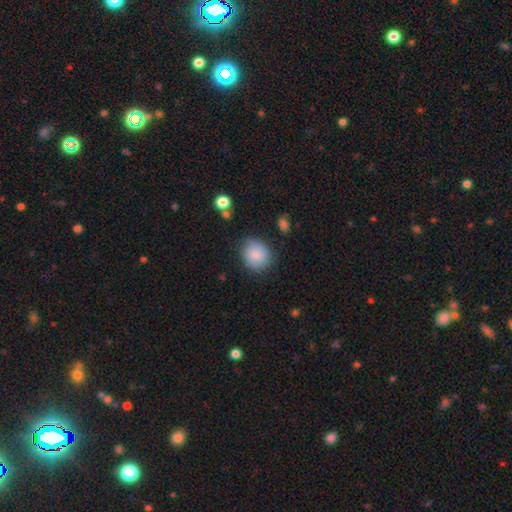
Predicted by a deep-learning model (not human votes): The model was most divided on "how rounded": round: 69%, in between: 30%, cigar-shaped: 1%. More confident: smooth or featured — smooth (82%); merging — none (77%).